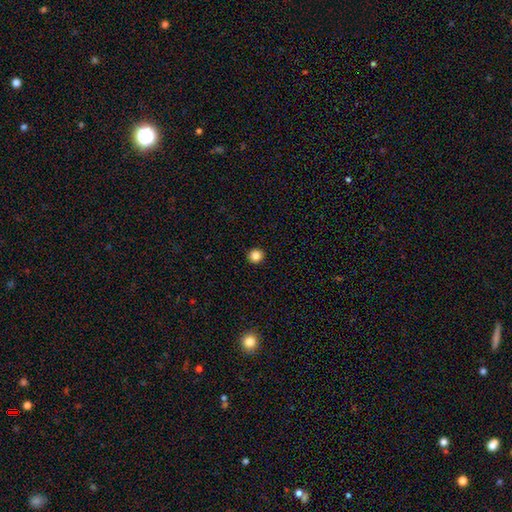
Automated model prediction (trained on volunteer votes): smooth-or-featured: smooth: 84% | star or artifact: 12% | featured or disk: 4%
  how-rounded: round: 90% | in between: 9% | cigar-shaped: 1%
  merging: none: 93% | minor disturbance: 4% | major disturbance: 1% | merger: 1%